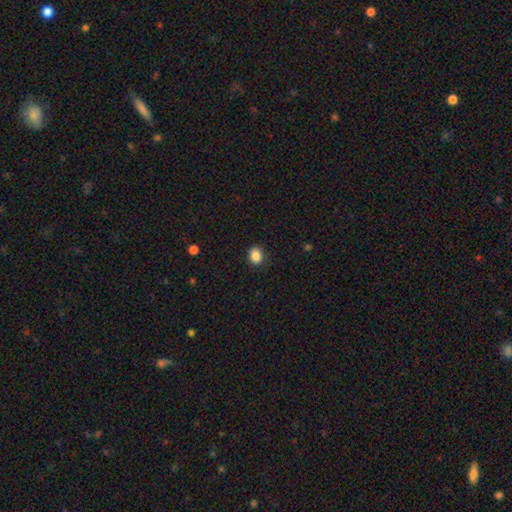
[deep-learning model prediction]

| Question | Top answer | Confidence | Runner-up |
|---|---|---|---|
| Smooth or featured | smooth | 87% | star or artifact (10%) |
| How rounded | round | 55% | in between (44%) |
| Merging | none | 88% | minor disturbance (9%) |